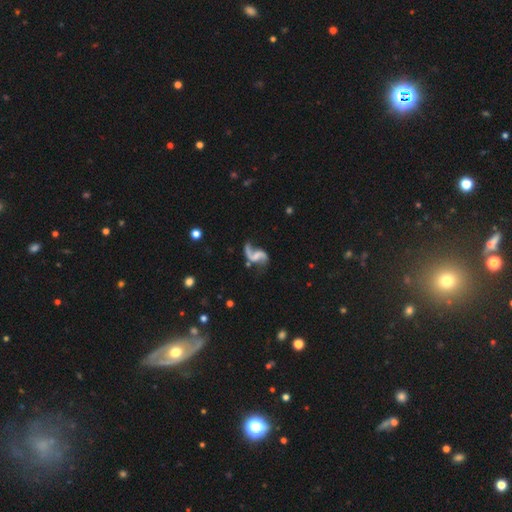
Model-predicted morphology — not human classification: Q: Smooth or featured?
A: featured or disk (88%); runner-up: smooth (7%)
Q: Edge-on disk?
A: no (98%); runner-up: yes (2%)
Q: Bar?
A: weak (41%); runner-up: no (39%)
Q: Spiral arms?
A: yes (95%); runner-up: no (5%)
Q: Spiral winding?
A: loose (78%); runner-up: medium (18%)
Q: Spiral arm count?
A: 2 (88%); runner-up: 1 (7%)
Q: Bulge size?
A: none (50%); runner-up: small (32%)
Q: Merging?
A: none (59%); runner-up: minor disturbance (19%)